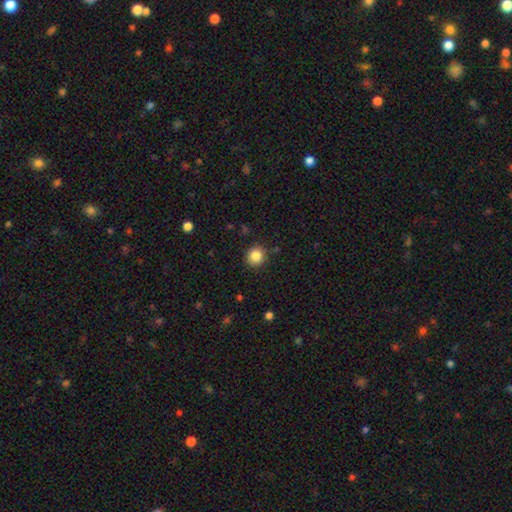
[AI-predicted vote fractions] smooth_or_featured: smooth (p=0.85) [alt: star or artifact p=0.10]
how_rounded: round (p=0.92) [alt: in between p=0.07]
merging: none (p=0.89) [alt: minor disturbance p=0.07]